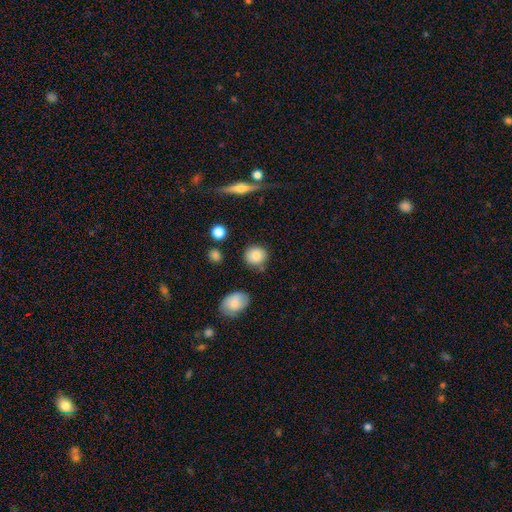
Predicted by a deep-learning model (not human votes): A smooth galaxy with no disk features (83%) that is round (85%). Merging: none (81%).